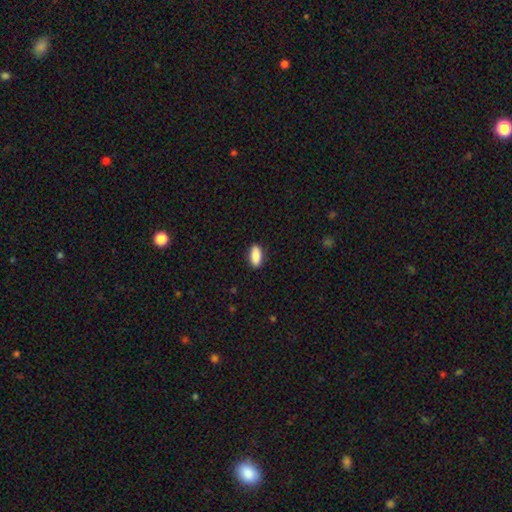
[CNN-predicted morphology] smooth-or-featured: smooth: 89% | star or artifact: 6% | featured or disk: 5%
  how-rounded: in between: 89% | cigar-shaped: 9% | round: 3%
  merging: none: 89% | minor disturbance: 8% | major disturbance: 2% | merger: 1%